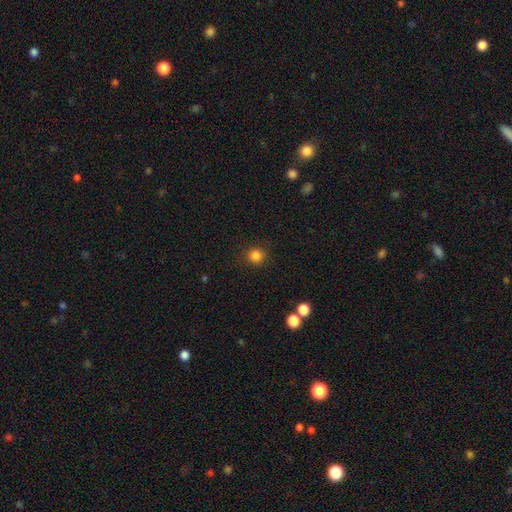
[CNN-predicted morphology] Smooth or featured? Predicted: smooth (p=0.84). How rounded? Predicted: round (p=0.93). Merging? Predicted: none (p=0.89).